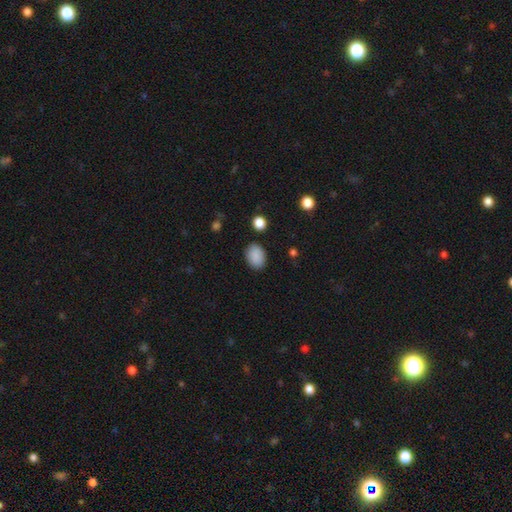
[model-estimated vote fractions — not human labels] Q: Smooth or featured?
A: smooth (89%); runner-up: star or artifact (8%)
Q: How rounded?
A: in between (76%); runner-up: round (23%)
Q: Merging?
A: none (86%); runner-up: minor disturbance (10%)